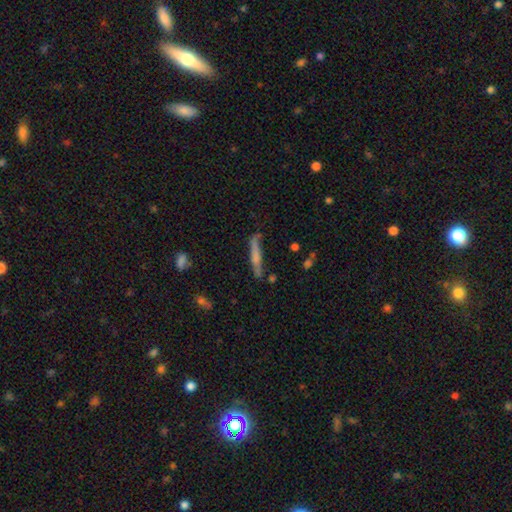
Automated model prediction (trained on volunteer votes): Smooth or featured?
  - smooth: 54% *
  - featured or disk: 39%
  - star or artifact: 7%
How rounded?
  - cigar-shaped: 93% *
  - in between: 5%
  - round: 2%
Merging?
  - none: 68% *
  - minor disturbance: 21%
  - major disturbance: 6%
  - merger: 5%